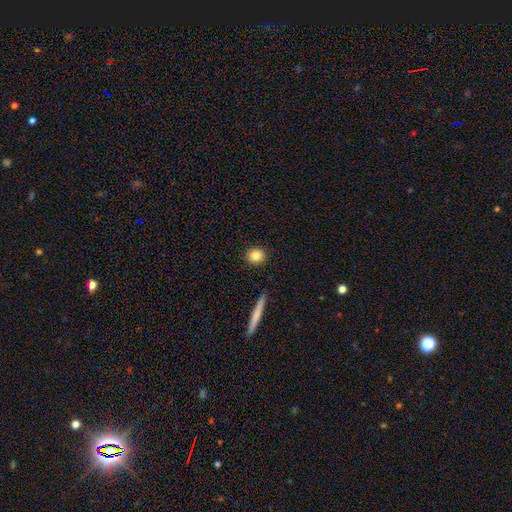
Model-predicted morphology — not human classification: smooth 84%, star or artifact 9%, featured or disk 7%. Down the decision tree: how rounded — round (78%); merging — none (90%).